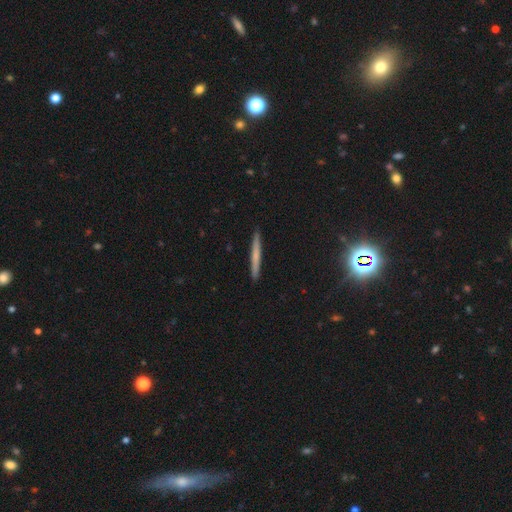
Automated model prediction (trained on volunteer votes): A smooth galaxy with no disk features (54%) that is cigar-shaped (96%).

Vote fractions:
- Smooth or featured? smooth: 54% / featured or disk: 38% / star or artifact: 8%
- How rounded? cigar-shaped: 96% / in between: 2% / round: 2%
- Merging? none: 92% / minor disturbance: 6% / major disturbance: 1% / merger: 1%